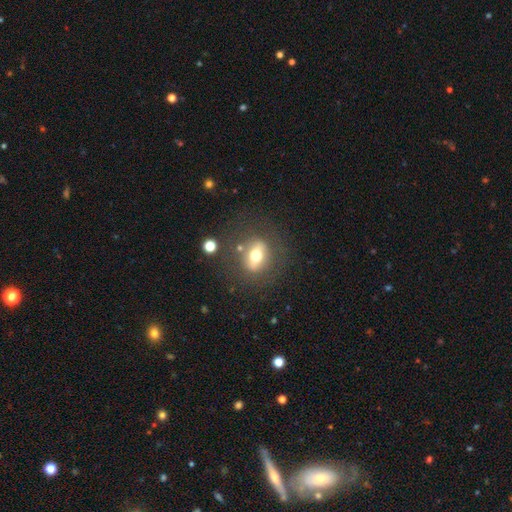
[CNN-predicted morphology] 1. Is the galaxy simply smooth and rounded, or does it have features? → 50% smooth, 39% featured or disk, 11% star or artifact.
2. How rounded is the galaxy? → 48% in between (tied), 48% round (tied), 4% cigar-shaped.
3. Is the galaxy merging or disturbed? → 75% none, 13% minor disturbance, 7% major disturbance, 5% merger.